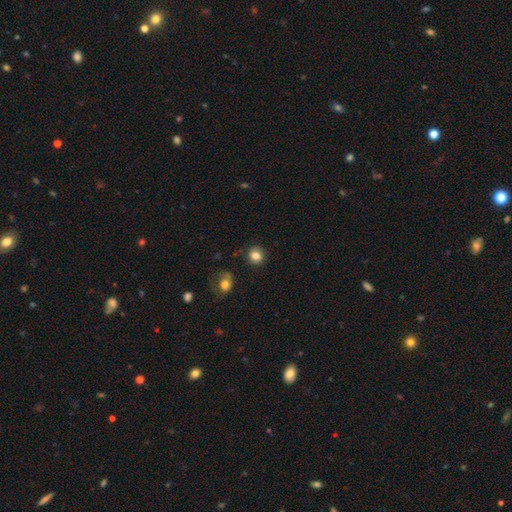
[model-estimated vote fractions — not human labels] Overall: smooth (83%). How rounded: round (81%). Merging: none (83%).